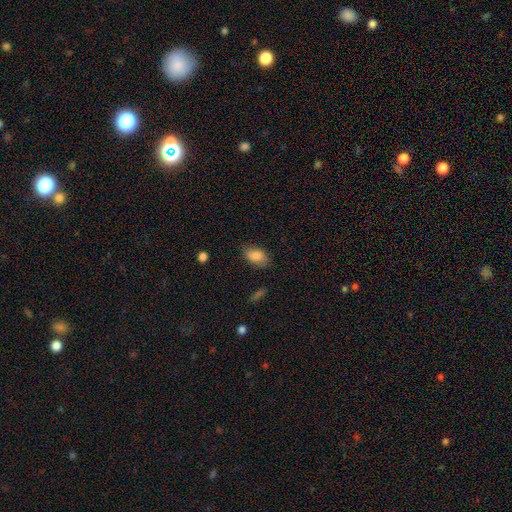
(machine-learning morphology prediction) The model was most divided on "merging": none: 77%, minor disturbance: 18%, major disturbance: 4%, merger: 2%. More confident: how rounded — in between (91%); smooth or featured — smooth (86%).